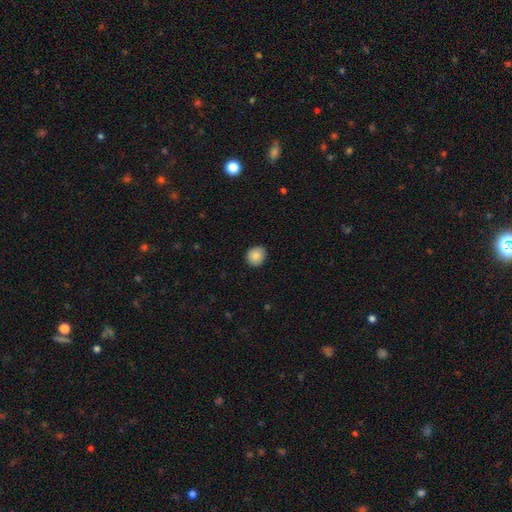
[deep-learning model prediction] Q: Smooth or featured?
A: smooth (83%); runner-up: featured or disk (9%)
Q: How rounded?
A: round (85%); runner-up: in between (14%)
Q: Merging?
A: none (88%); runner-up: minor disturbance (10%)